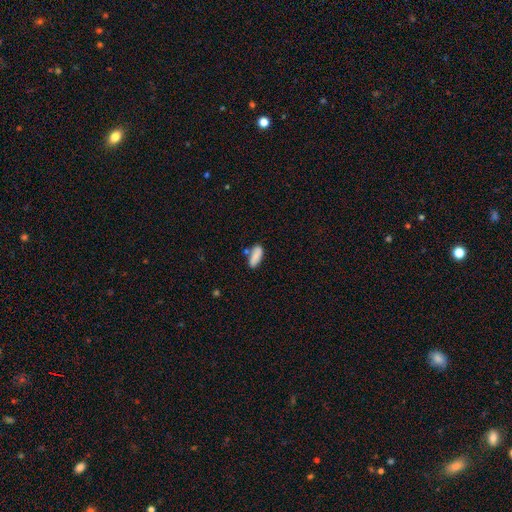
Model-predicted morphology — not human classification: type=smooth (83%); roundness=in between (75%); merging=none (62%).